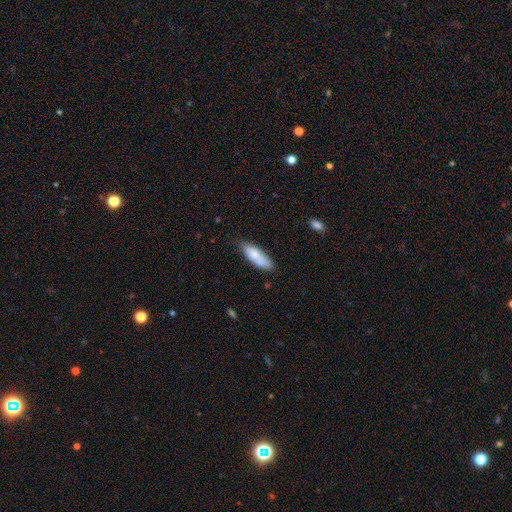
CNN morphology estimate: smooth 77%, featured or disk 16%, star or artifact 7%. Down the decision tree: how rounded — in between (60%); merging — none (64%).